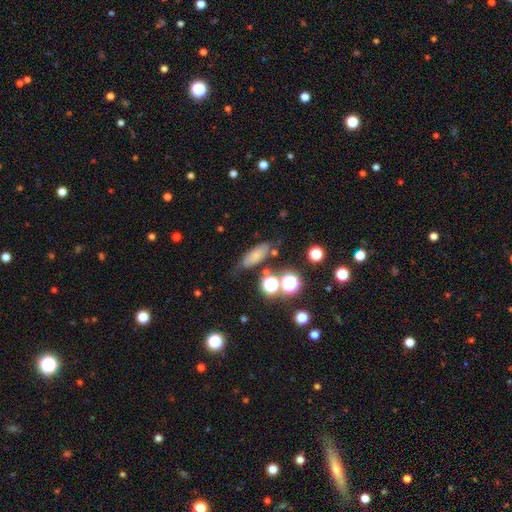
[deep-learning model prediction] Smooth or featured? Predicted: smooth (p=0.61). How rounded? Predicted: in between (p=0.70). Merging? Predicted: none (p=0.64).